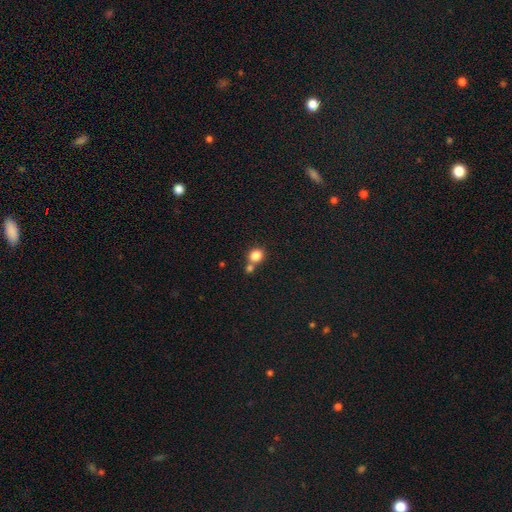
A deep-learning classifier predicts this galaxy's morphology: This is clearly a smooth galaxy (83%). How rounded: likely round (76%). Merging: possibly none (55%).